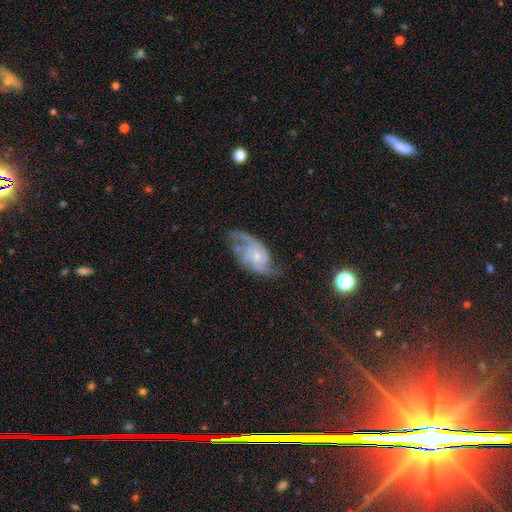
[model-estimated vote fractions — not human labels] featured or disk 85%, smooth 9%, star or artifact 6%. Down the decision tree: edge-on disk — no (97%); bar — no (71%); spiral arms — yes (96%); spiral arm count — 2 (47%); spiral winding — medium (49%); bulge size — small (69%); merging — none (58%).